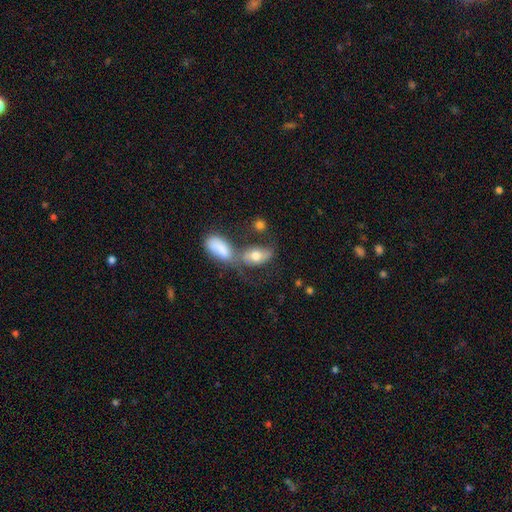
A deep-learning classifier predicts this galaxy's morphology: Q: Smooth or featured?
A: smooth (63%); runner-up: featured or disk (29%)
Q: How rounded?
A: in between (86%); runner-up: round (7%)
Q: Merging?
A: merger (44%); runner-up: none (28%)